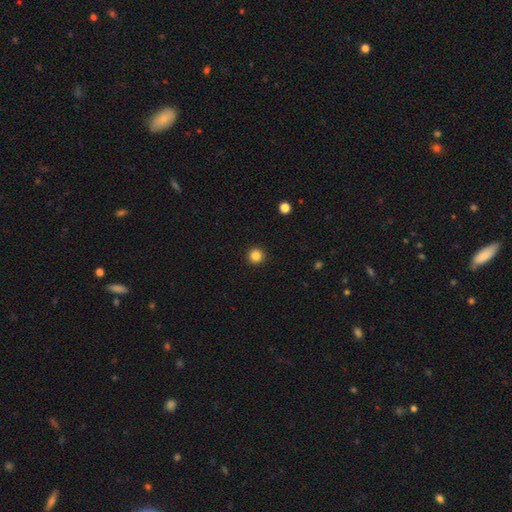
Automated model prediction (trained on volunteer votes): The model was most divided on "smooth or featured": smooth: 85%, star or artifact: 11%, featured or disk: 4%. More confident: how rounded — round (96%); merging — none (93%).